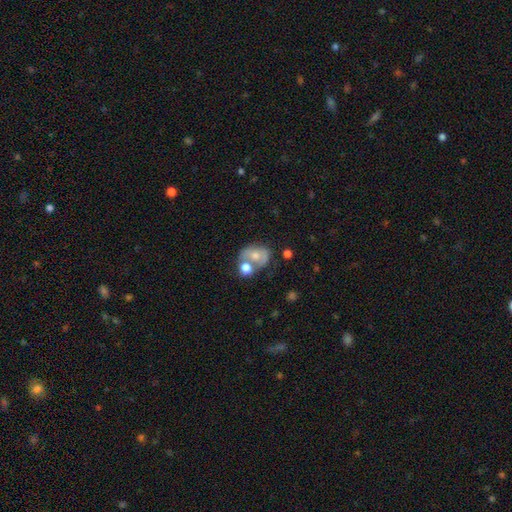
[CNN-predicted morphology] A smooth galaxy with no disk features (55%) that is in between round and cigar-shaped (58%). Merging: merger (48%).